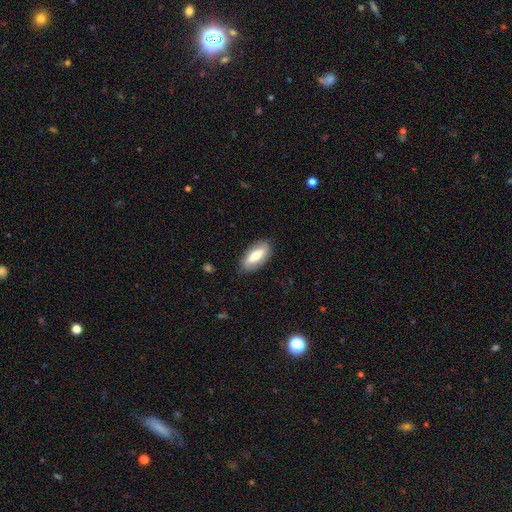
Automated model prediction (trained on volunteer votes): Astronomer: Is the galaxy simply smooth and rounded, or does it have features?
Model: smooth — 66%.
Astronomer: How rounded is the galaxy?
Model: in between — 82%.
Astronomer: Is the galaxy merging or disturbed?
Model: none — 83%.